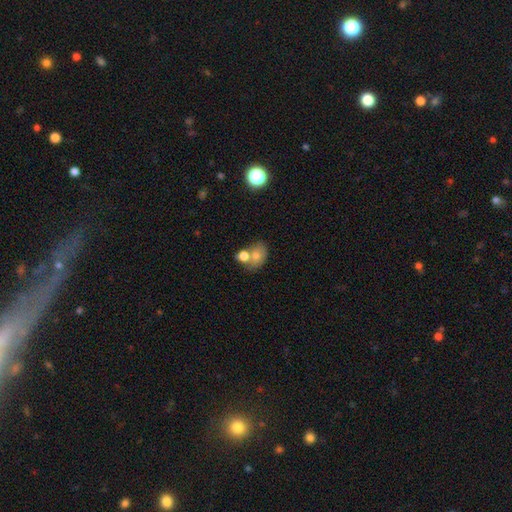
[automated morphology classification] Q: Smooth or featured?
A: smooth (72%); runner-up: featured or disk (17%)
Q: How rounded?
A: in between (64%); runner-up: round (35%)
Q: Merging?
A: merger (47%); runner-up: none (37%)